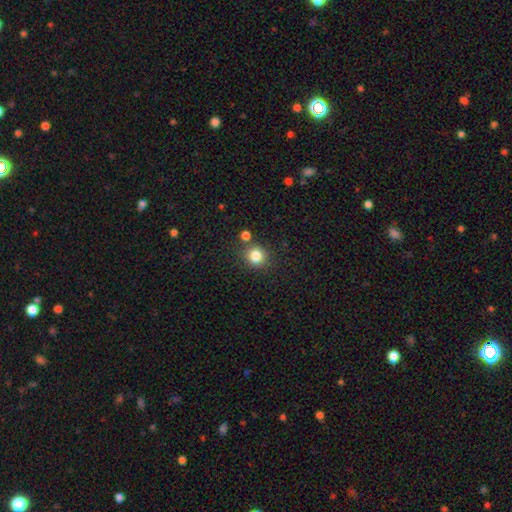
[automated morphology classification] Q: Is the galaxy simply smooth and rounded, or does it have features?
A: smooth — 82%.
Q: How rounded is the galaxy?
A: round — 88%.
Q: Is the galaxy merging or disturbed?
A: none — 79%.